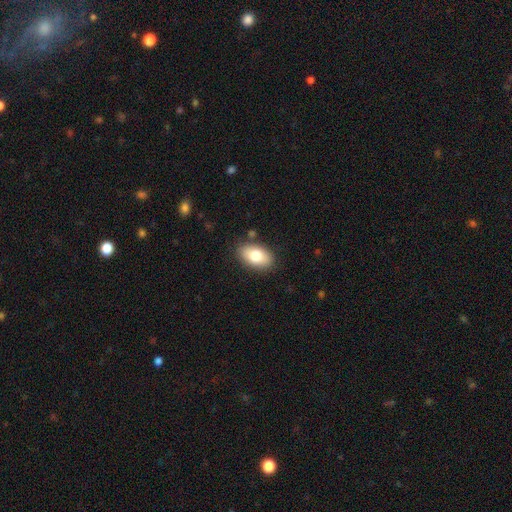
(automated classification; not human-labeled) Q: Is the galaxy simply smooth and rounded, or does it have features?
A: smooth — 77%.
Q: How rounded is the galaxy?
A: in between — 91%.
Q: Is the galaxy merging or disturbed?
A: none — 84%.